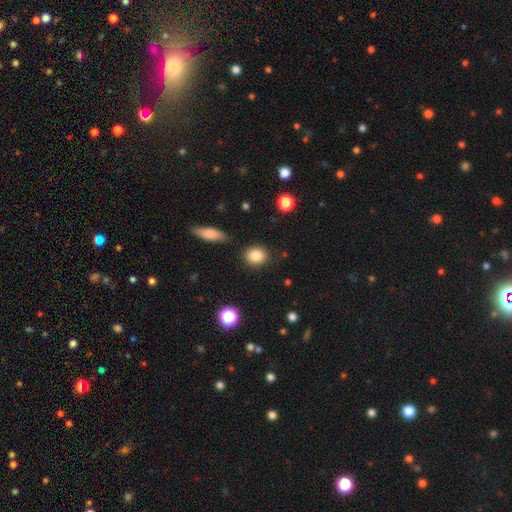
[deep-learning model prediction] Smooth or featured? Predicted: smooth (p=0.85). How rounded? Predicted: round (p=0.74). Merging? Predicted: none (p=0.86).